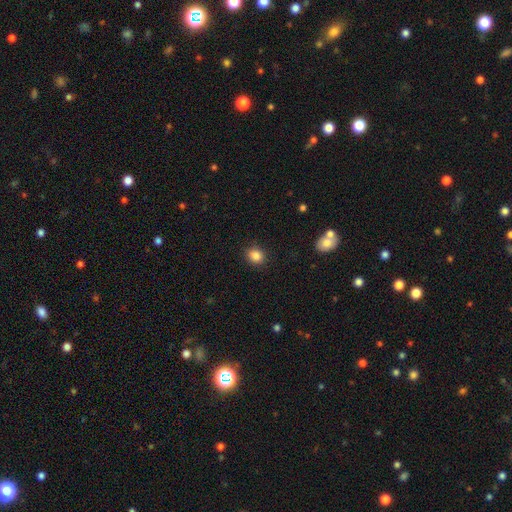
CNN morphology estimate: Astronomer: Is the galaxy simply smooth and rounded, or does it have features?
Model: smooth — 85%.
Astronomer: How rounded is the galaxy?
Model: round — 69%.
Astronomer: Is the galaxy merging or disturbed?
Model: none — 87%.